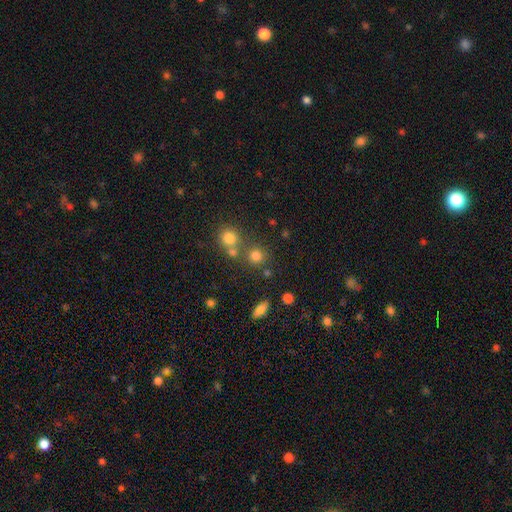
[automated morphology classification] A smooth galaxy with no disk features (77%) that is round (88%).

Vote fractions:
- Smooth or featured? smooth: 77% / star or artifact: 16% / featured or disk: 7%
- How rounded? round: 88% / in between: 11% / cigar-shaped: 1%
- Merging? none: 68% / merger: 20% / minor disturbance: 9% / major disturbance: 4%